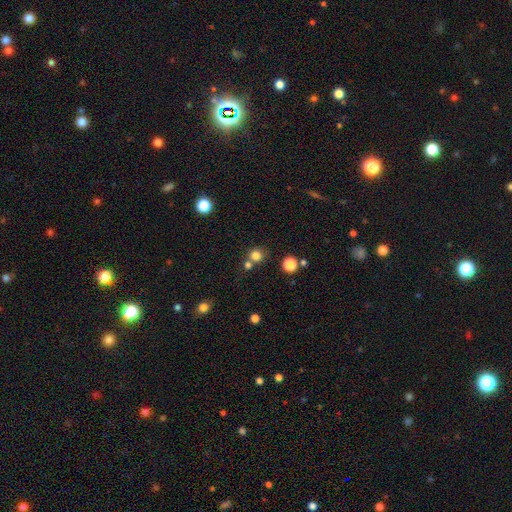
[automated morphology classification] smooth-or-featured: smooth: 79% | star or artifact: 15% | featured or disk: 7%
  how-rounded: round: 89% | in between: 10% | cigar-shaped: 1%
  merging: none: 63% | merger: 26% | minor disturbance: 8% | major disturbance: 3%